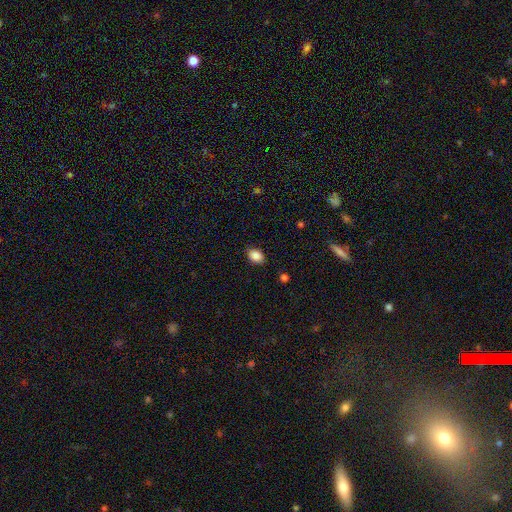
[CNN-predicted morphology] A smooth galaxy with no disk features (88%) that is in between round and cigar-shaped (73%). Merging: none (85%).